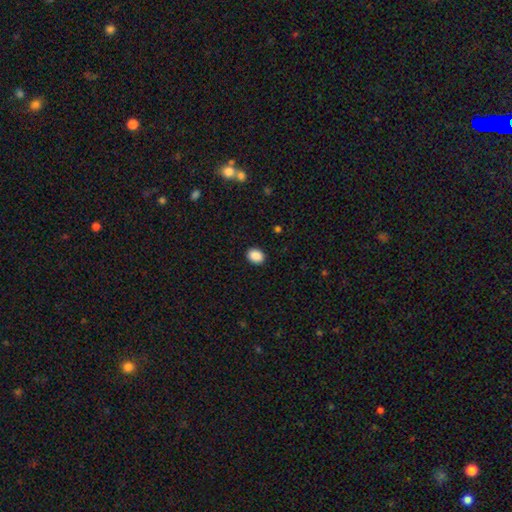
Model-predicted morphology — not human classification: Overall: smooth (89%). How rounded: in between (54%; round 45%). Merging: none (91%).